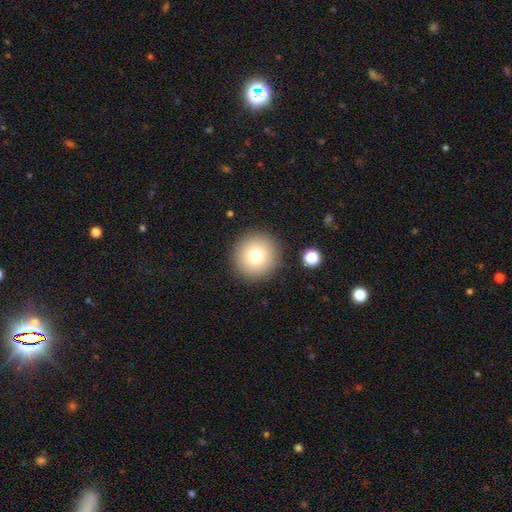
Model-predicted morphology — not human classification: smooth-or-featured: smooth: 78% | featured or disk: 11% | star or artifact: 11%
  how-rounded: round: 95% | in between: 4% | cigar-shaped: 1%
  merging: none: 90% | minor disturbance: 6% | major disturbance: 2% | merger: 2%